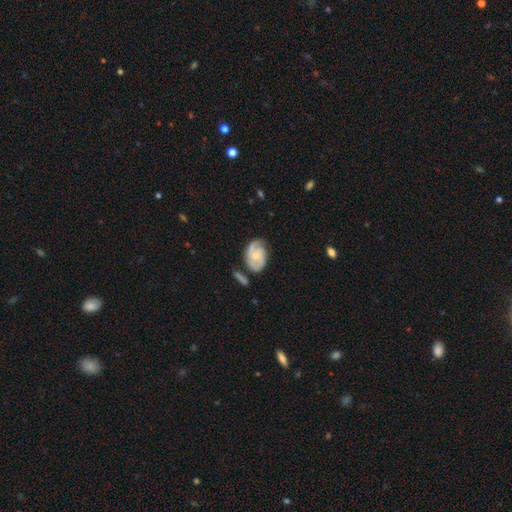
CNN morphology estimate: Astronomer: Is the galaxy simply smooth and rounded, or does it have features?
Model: featured or disk — 70%.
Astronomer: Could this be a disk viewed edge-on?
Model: no — 96%.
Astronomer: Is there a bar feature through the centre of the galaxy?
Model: no — 66%.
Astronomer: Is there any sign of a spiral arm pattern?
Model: yes — 91%.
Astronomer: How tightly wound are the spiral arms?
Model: tight — 43% (runner-up: medium, 40%).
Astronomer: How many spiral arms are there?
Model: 2 — 58%.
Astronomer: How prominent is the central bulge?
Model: small — 57% (runner-up: moderate, 35%).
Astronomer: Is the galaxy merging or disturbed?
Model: none — 59%.